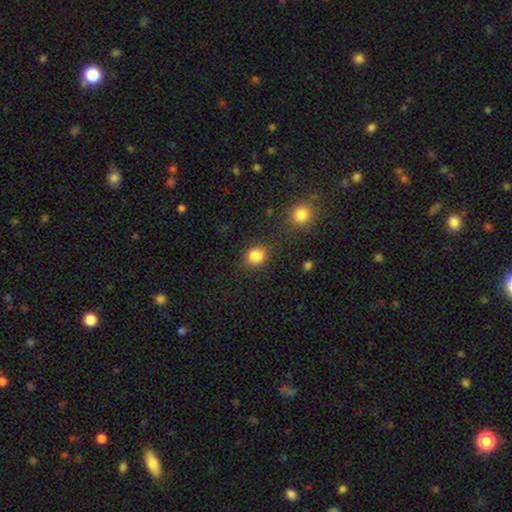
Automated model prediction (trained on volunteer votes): A smooth galaxy with no disk features (83%) that is round (53%).

Vote fractions:
- Smooth or featured? smooth: 83% / star or artifact: 11% / featured or disk: 5%
- How rounded? round: 53% / in between: 46% / cigar-shaped: 1%
- Merging? none: 71% / minor disturbance: 16% / merger: 8% / major disturbance: 5%